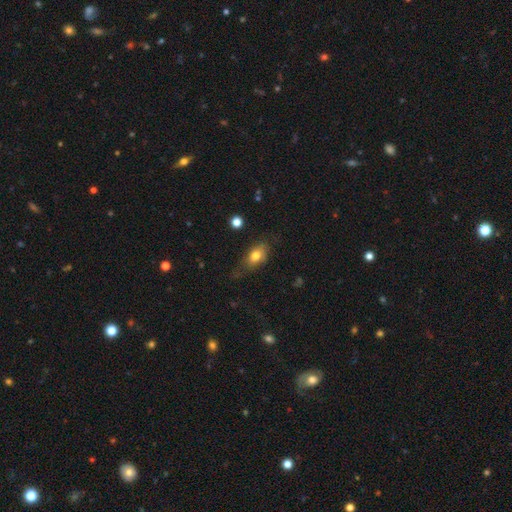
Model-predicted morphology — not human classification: A smooth galaxy with no disk features (77%) that is in between round and cigar-shaped (81%). Merging: none (60%).